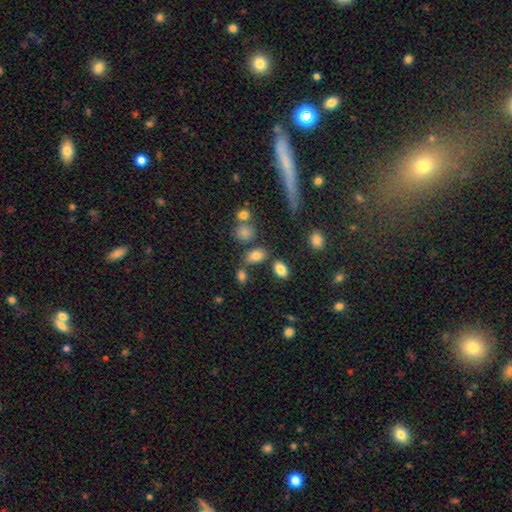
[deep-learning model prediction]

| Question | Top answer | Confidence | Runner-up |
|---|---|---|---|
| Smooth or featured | smooth | 80% | star or artifact (12%) |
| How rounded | in between | 82% | round (15%) |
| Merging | none | 71% | minor disturbance (12%) |